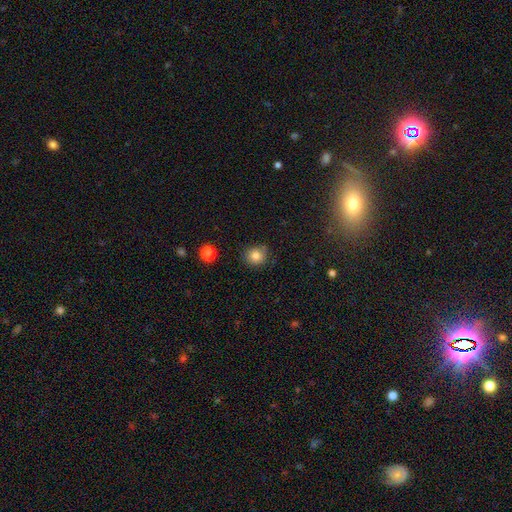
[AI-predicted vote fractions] smooth_or_featured: smooth (p=0.82) [alt: star or artifact p=0.11]
how_rounded: round (p=0.83) [alt: in between p=0.16]
merging: none (p=0.83) [alt: minor disturbance p=0.12]